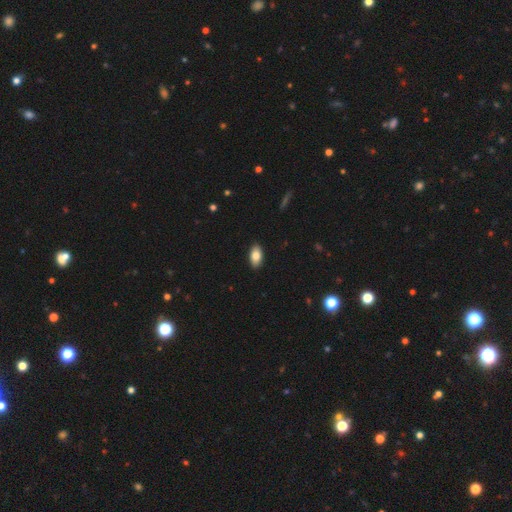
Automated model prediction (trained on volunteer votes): Morphology: type=smooth (84%); roundness=in between (93%); merging=none (90%).